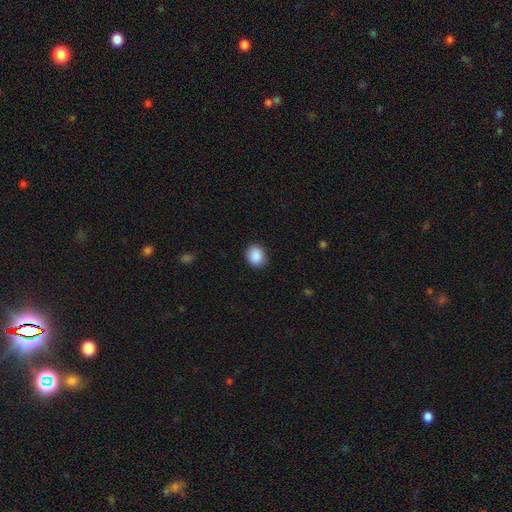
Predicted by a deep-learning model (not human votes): Smooth or featured? Predicted: smooth (p=0.90). How rounded? Predicted: round (p=0.62). Merging? Predicted: none (p=0.87).